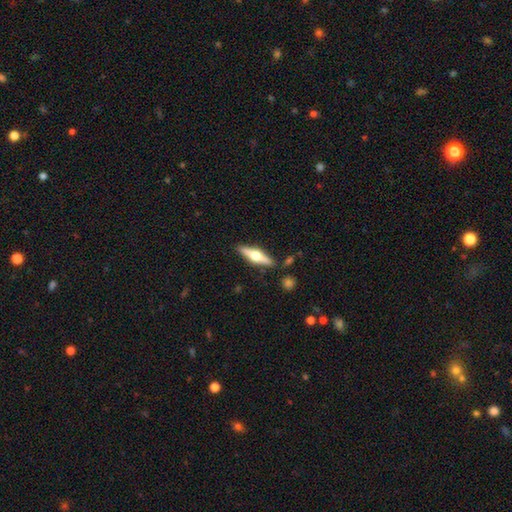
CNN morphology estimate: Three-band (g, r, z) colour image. It shows a featured or disk galaxy (63%) viewed edge-on (96%) with a rounded central bulge (95%). Merging: none (86%).